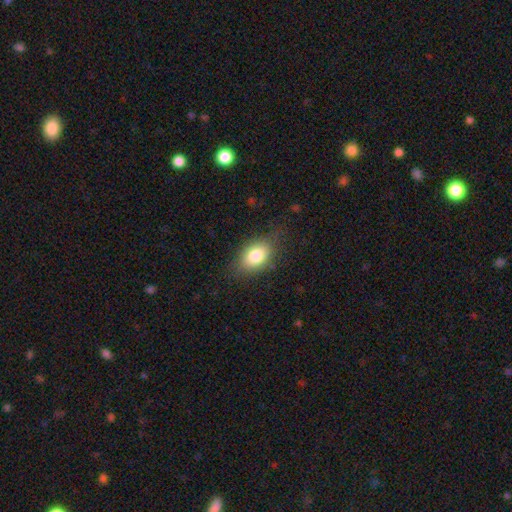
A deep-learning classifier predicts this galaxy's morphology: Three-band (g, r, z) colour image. It shows a smooth galaxy with no disk features (80%) that is in between round and cigar-shaped (82%). Merging: none (75%).